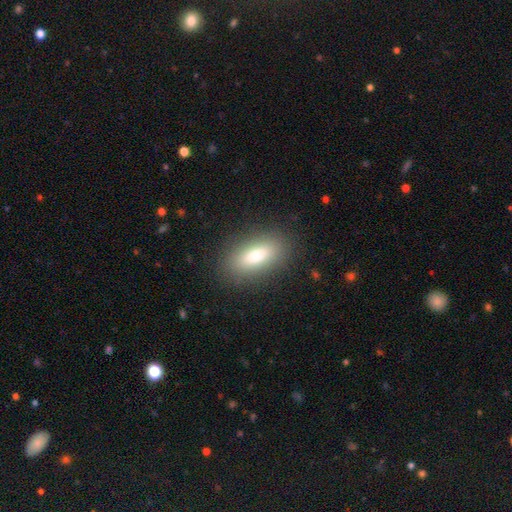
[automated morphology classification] The model was most divided on "how rounded": in between: 80%, cigar-shaped: 17%, round: 4%. More confident: merging — none (87%); smooth or featured — smooth (78%).